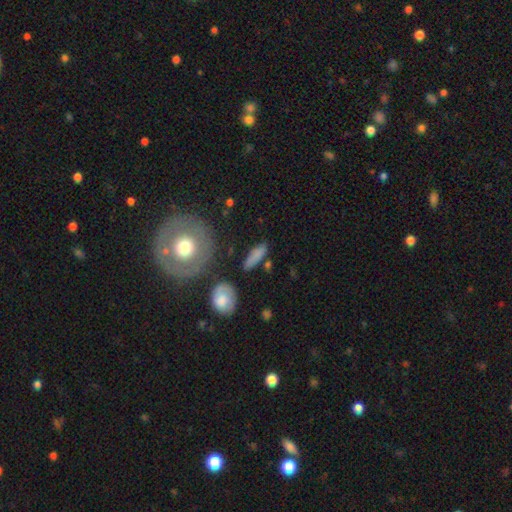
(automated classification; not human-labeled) A smooth galaxy with no disk features (79%) that is cigar-shaped (52%). Merging: none (76%).